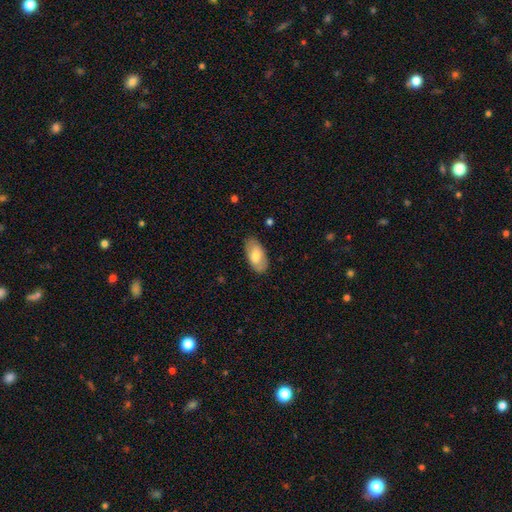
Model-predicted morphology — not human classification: Overall: smooth (75%). How rounded: in between (94%). Merging: none (82%).